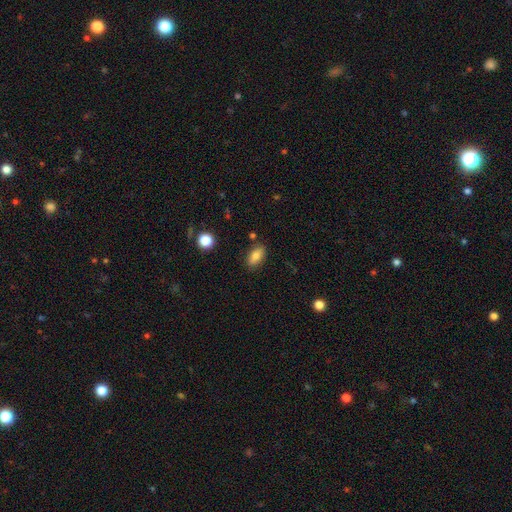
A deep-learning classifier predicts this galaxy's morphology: smooth 81%, featured or disk 11%, star or artifact 8%. Down the decision tree: how rounded — in between (88%); merging — none (84%).